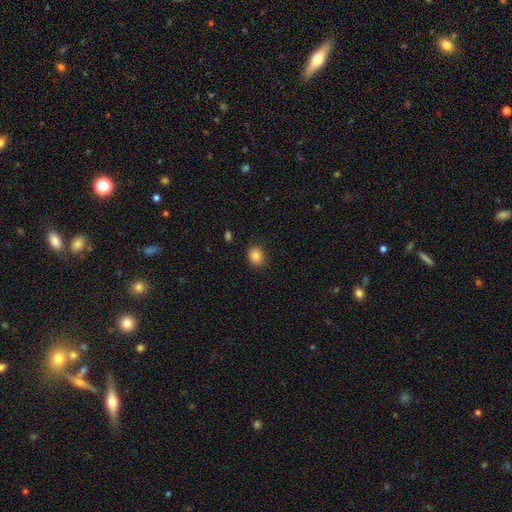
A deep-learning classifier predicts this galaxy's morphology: This is clearly a smooth galaxy (84%). How rounded: likely round (62%). Merging: clearly none (87%).